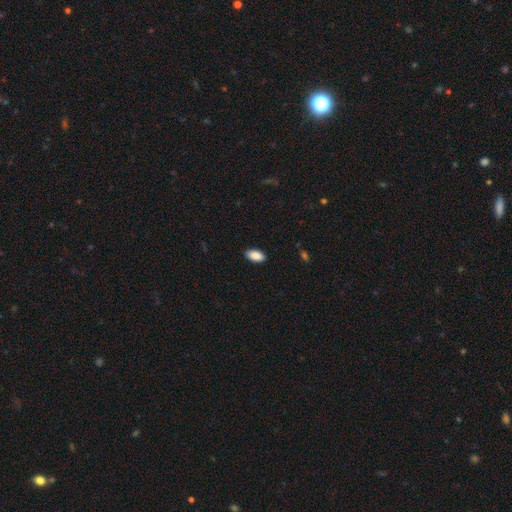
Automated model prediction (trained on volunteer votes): The model was most divided on "merging": none: 88%, minor disturbance: 9%, major disturbance: 2%, merger: 1%. More confident: how rounded — in between (93%); smooth or featured — smooth (89%).